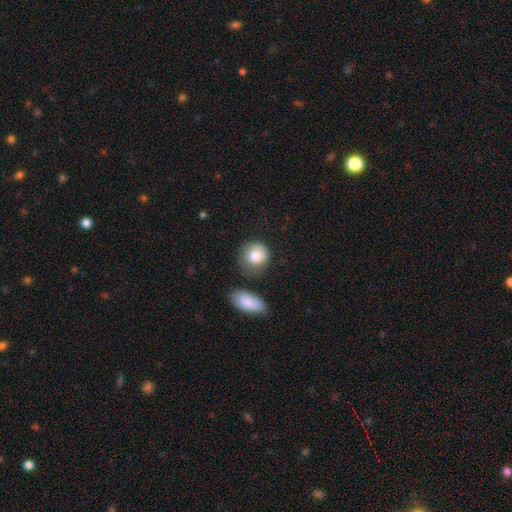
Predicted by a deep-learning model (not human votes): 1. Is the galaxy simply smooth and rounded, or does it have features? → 84% smooth, 9% featured or disk, 7% star or artifact.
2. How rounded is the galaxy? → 82% round, 17% in between, 1% cigar-shaped.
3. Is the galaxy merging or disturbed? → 61% none, 22% minor disturbance, 9% merger, 8% major disturbance.